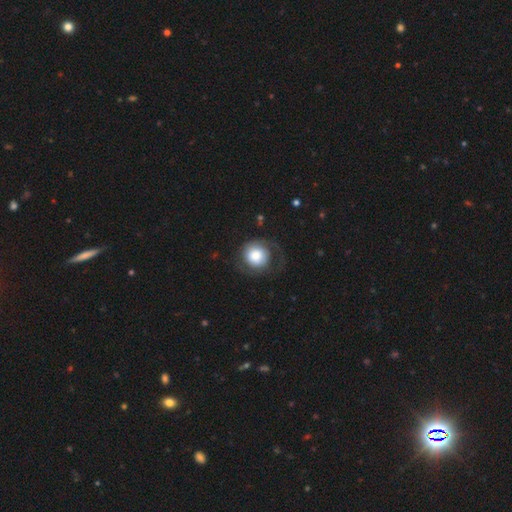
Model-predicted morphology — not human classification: A smooth galaxy with no disk features (62%) that is round (87%). Merging: none (57%).